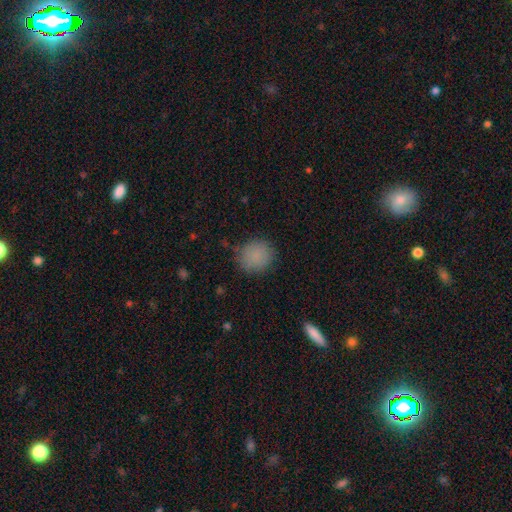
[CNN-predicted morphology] smooth-or-featured: smooth: 86% | star or artifact: 9% | featured or disk: 5%
  how-rounded: round: 87% | in between: 12% | cigar-shaped: 1%
  merging: none: 80% | minor disturbance: 15% | major disturbance: 4% | merger: 2%